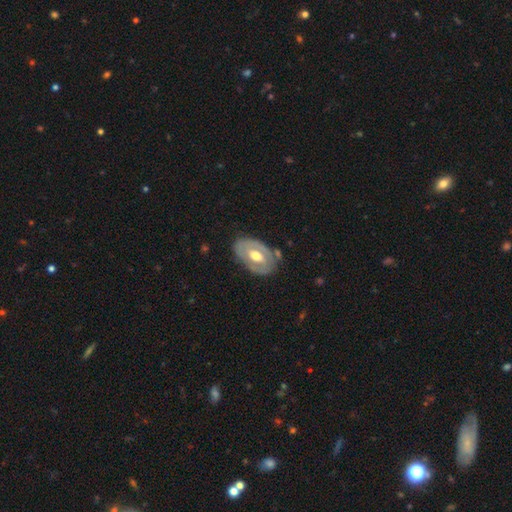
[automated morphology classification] The model was most divided on "bar": no: 52%, weak: 34%, strong: 14%. More confident: edge-on disk — no (92%); bulge size — moderate (72%); merging — none (70%); smooth or featured — featured or disk (62%); spiral arms — no (62%).